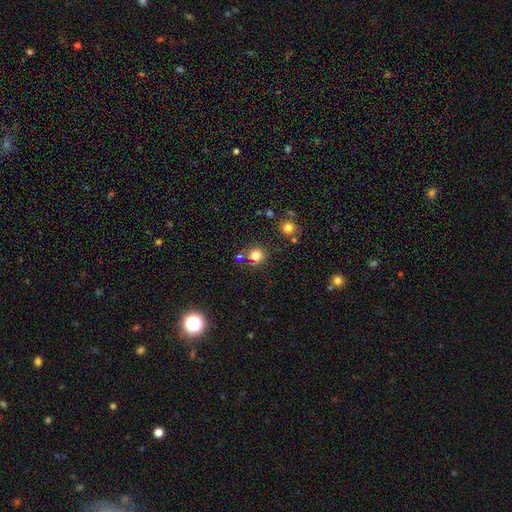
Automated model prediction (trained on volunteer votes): A smooth galaxy with no disk features (79%) that is round (88%). Merging: none (74%).